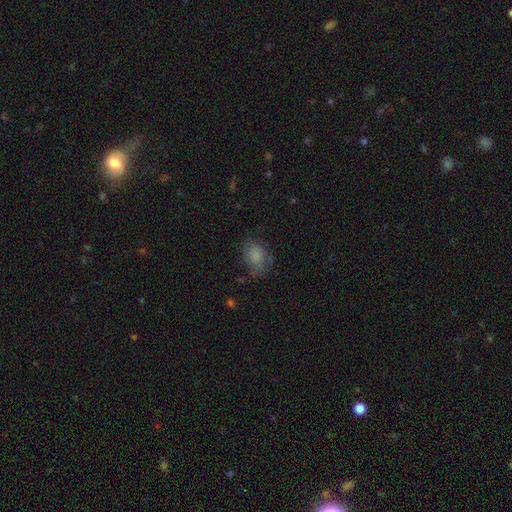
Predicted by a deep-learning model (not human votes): Smooth or featured? smooth (80%)
How rounded? in between (64%)
Merging? none (60%)